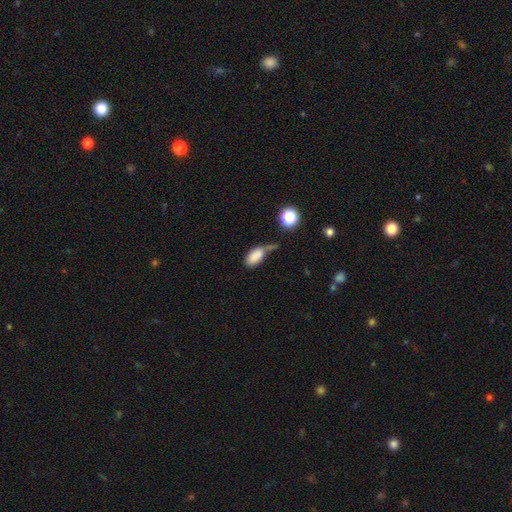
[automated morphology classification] Q: Smooth or featured?
A: smooth (83%); runner-up: star or artifact (9%)
Q: How rounded?
A: in between (90%); runner-up: round (7%)
Q: Merging?
A: none (37%); runner-up: minor disturbance (26%)